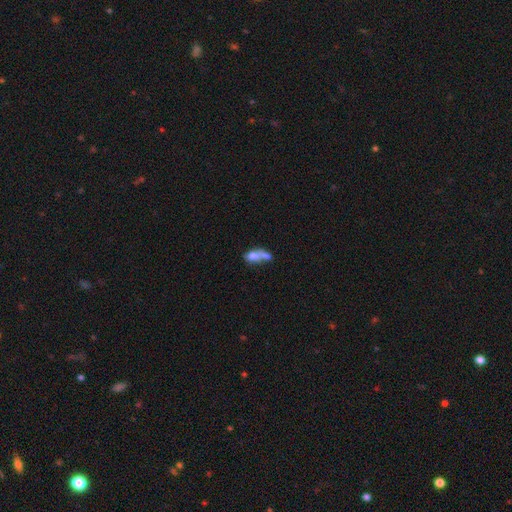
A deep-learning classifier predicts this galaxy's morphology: Overall: smooth (62%; featured or disk 28%). How rounded: in between (70%). Merging: merger (47%; none 21%).